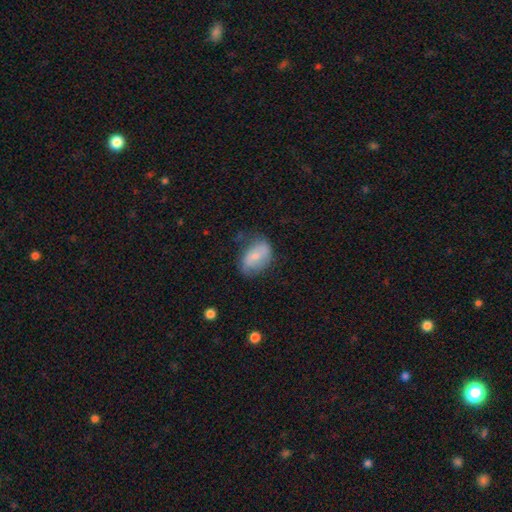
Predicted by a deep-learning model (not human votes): Overall: smooth (60%; featured or disk 33%). How rounded: in between (85%). Merging: none (61%; minor disturbance 28%).